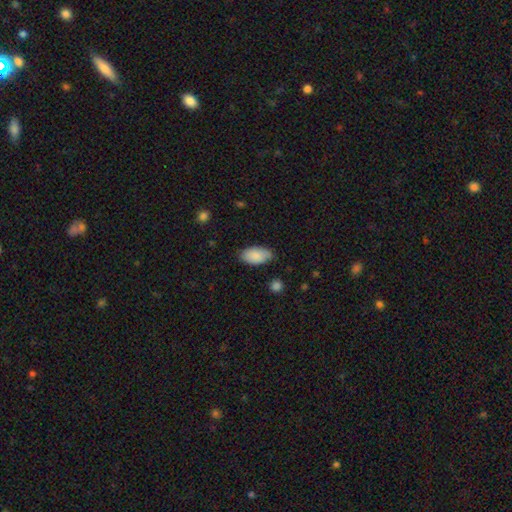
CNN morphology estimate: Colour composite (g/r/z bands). It shows a smooth galaxy with no disk features (87%) that is in between round and cigar-shaped (95%). Merging: none (75%).